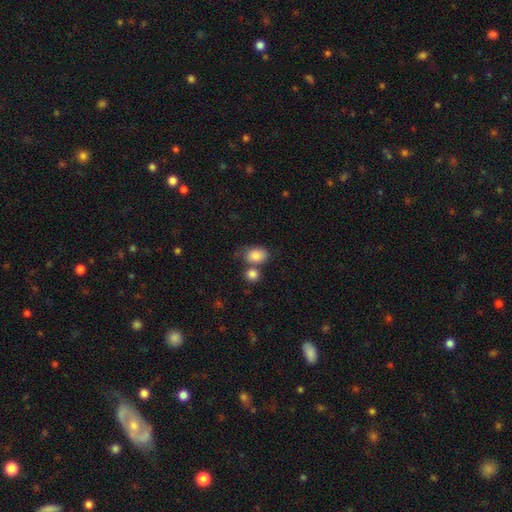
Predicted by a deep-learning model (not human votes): Smooth or featured: smooth — 85% (star or artifact — 8%)
How rounded: in between — 67% (round — 32%)
Merging: none — 46% (merger — 33%)